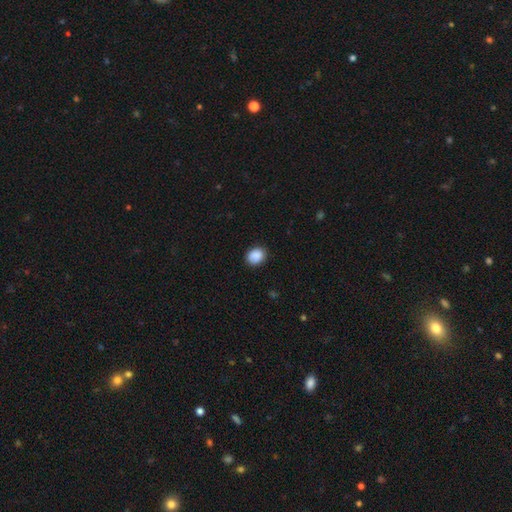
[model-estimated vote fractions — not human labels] The model was most divided on "how rounded": round: 55%, in between: 45%, cigar-shaped: 1%. More confident: smooth or featured — smooth (89%); merging — none (84%).